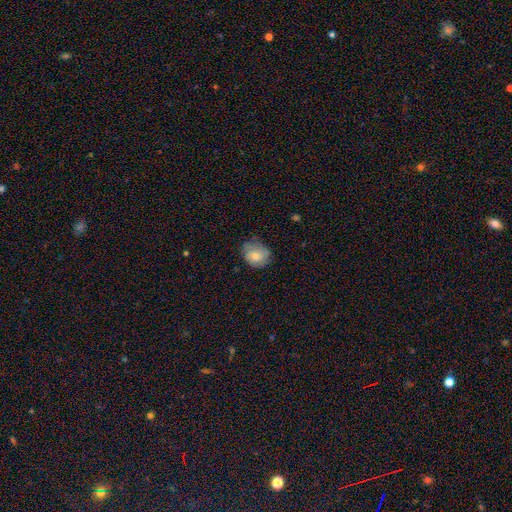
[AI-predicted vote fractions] smooth-or-featured: smooth: 73% | featured or disk: 19% | star or artifact: 8%
  how-rounded: round: 63% | in between: 36% | cigar-shaped: 1%
  merging: none: 61% | minor disturbance: 30% | major disturbance: 8% | merger: 2%